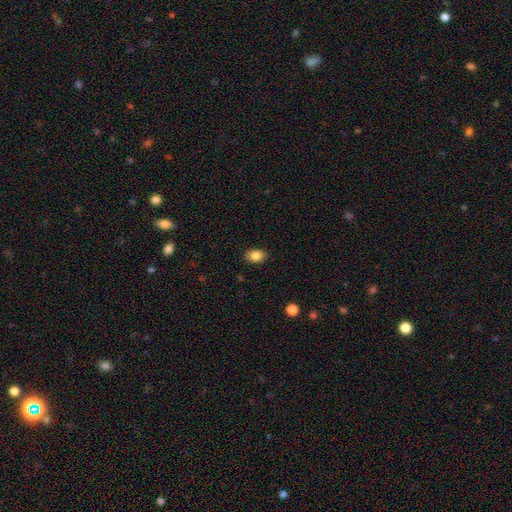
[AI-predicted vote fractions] The model was most divided on "how rounded": in between: 80%, round: 19%, cigar-shaped: 1%. More confident: merging — none (88%); smooth or featured — smooth (85%).